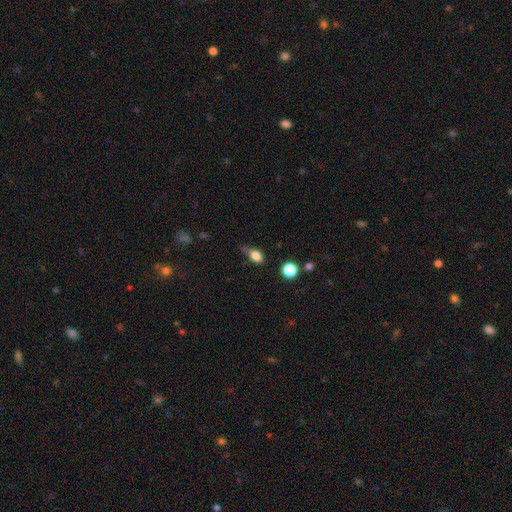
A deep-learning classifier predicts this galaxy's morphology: smooth_or_featured: smooth (p=0.80) [alt: star or artifact p=0.11]
how_rounded: in between (p=0.75) [alt: round p=0.19]
merging: none (p=0.41) [alt: minor disturbance p=0.39]